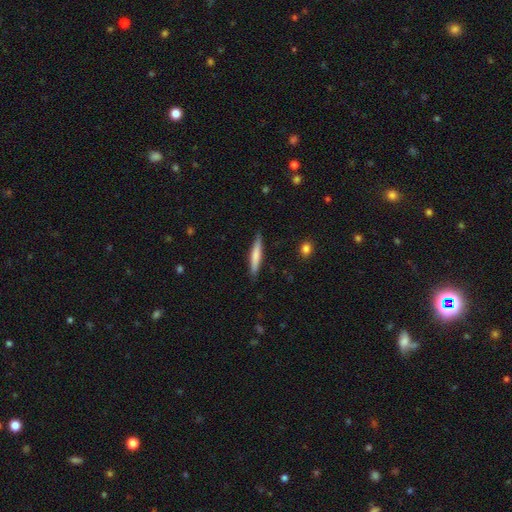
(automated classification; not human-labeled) smooth_or_featured: smooth (p=0.68) [alt: featured or disk p=0.27]
how_rounded: cigar-shaped (p=0.93) [alt: in between p=0.06]
merging: none (p=0.88) [alt: minor disturbance p=0.09]